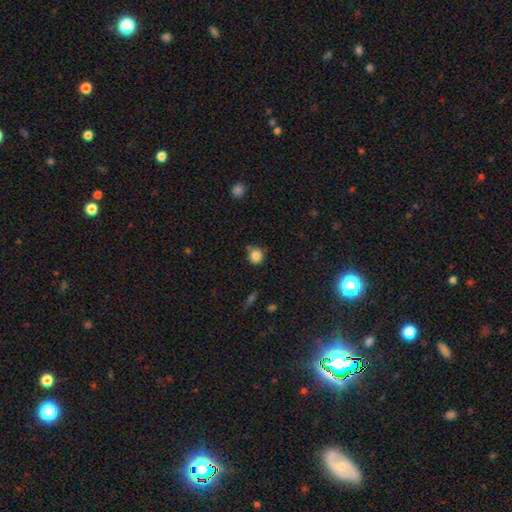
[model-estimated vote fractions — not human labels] This appears to be a smooth galaxy with no disk features (85%) that is round (91%). Merging: none (78%).